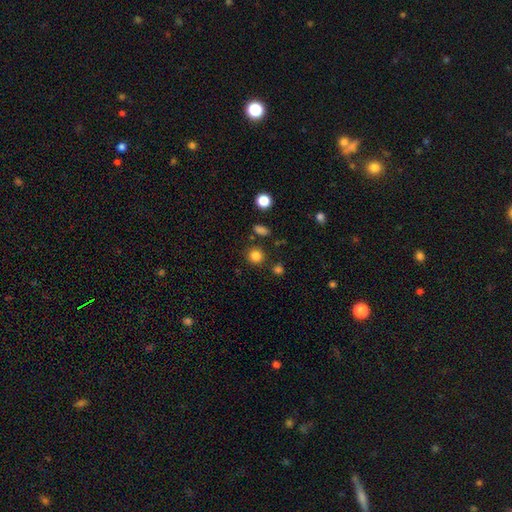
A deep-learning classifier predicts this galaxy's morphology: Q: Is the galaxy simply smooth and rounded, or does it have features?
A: smooth — 83%.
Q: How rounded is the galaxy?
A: round — 90%.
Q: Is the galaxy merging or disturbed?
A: none — 85%.